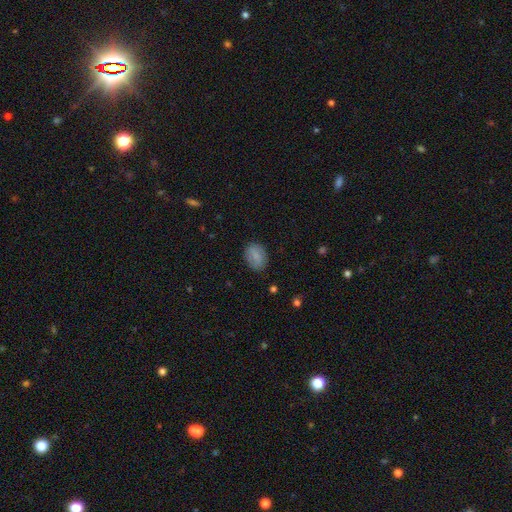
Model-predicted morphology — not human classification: The model was most divided on "how rounded": in between: 78%, round: 20%, cigar-shaped: 2%. More confident: smooth or featured — smooth (82%); merging — none (81%).